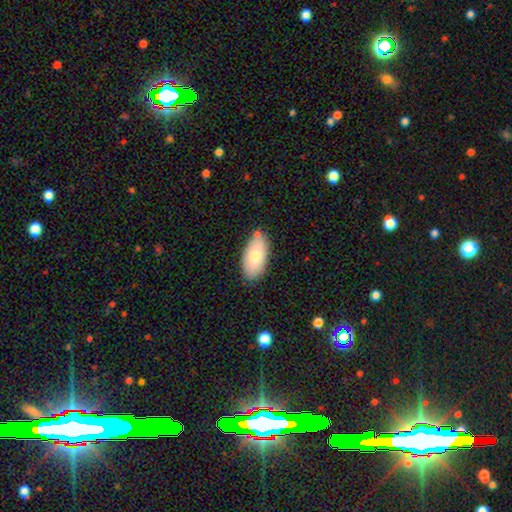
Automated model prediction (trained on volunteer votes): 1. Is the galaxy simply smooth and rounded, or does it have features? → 76% smooth, 18% featured or disk, 6% star or artifact.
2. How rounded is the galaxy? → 94% in between, 3% cigar-shaped, 2% round.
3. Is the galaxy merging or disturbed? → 78% none, 14% minor disturbance, 5% merger, 3% major disturbance.